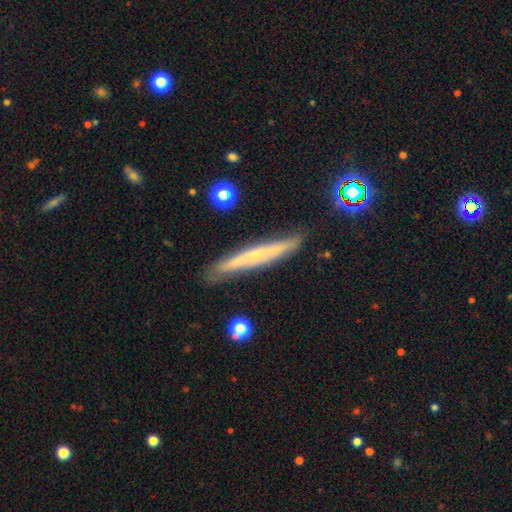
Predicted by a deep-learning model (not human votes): Smooth or featured? Predicted: featured or disk (p=0.61). Edge-on disk? Predicted: yes (p=0.89). Edge-on bulge? Predicted: rounded (p=0.57). Merging? Predicted: none (p=0.84).